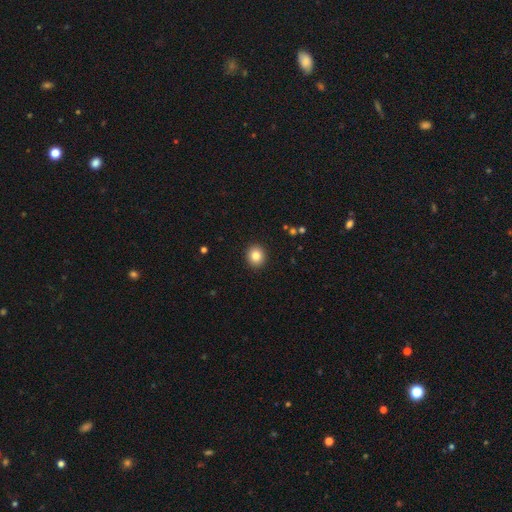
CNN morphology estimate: Q: Smooth or featured?
A: smooth (84%); runner-up: star or artifact (10%)
Q: How rounded?
A: round (79%); runner-up: in between (20%)
Q: Merging?
A: none (92%); runner-up: minor disturbance (6%)